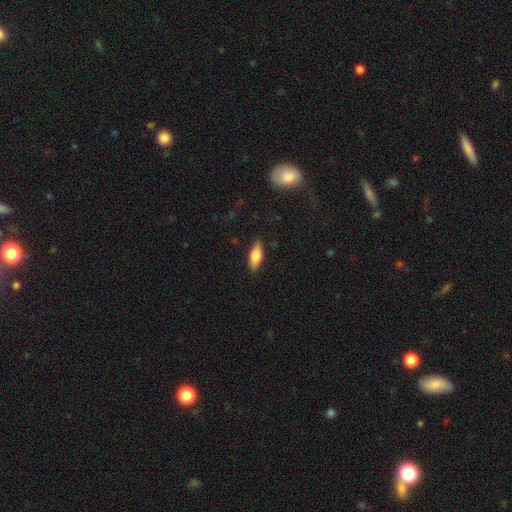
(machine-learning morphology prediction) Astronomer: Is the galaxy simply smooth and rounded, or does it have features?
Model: smooth — 68%.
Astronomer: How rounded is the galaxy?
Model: in between — 71%.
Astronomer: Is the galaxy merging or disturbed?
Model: none — 87%.